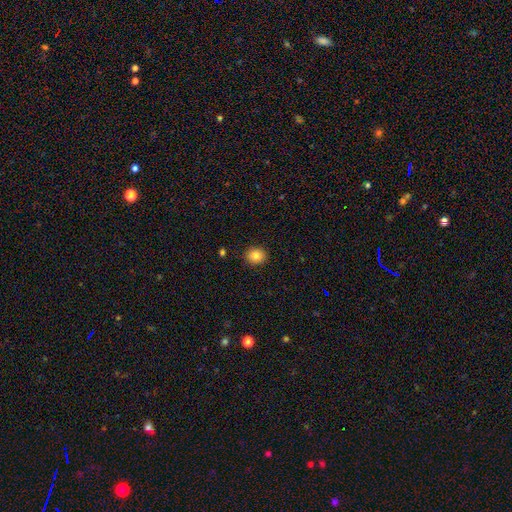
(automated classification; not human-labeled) This appears to be a smooth galaxy with no disk features (83%) that is round (74%). Merging: none (90%).